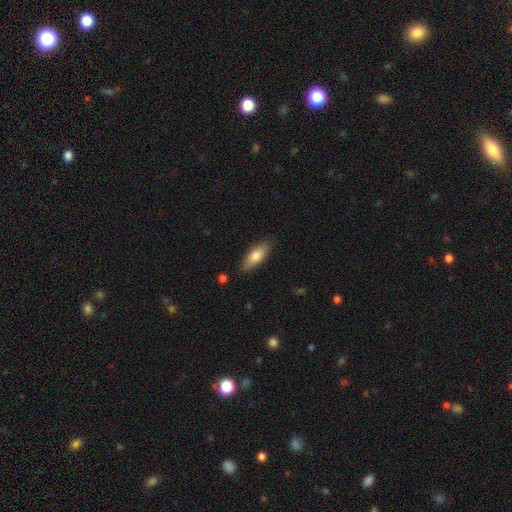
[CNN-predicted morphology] smooth-or-featured: smooth: 75% | featured or disk: 19% | star or artifact: 6%
  how-rounded: in between: 70% | cigar-shaped: 28% | round: 2%
  merging: none: 86% | minor disturbance: 11% | major disturbance: 2% | merger: 1%